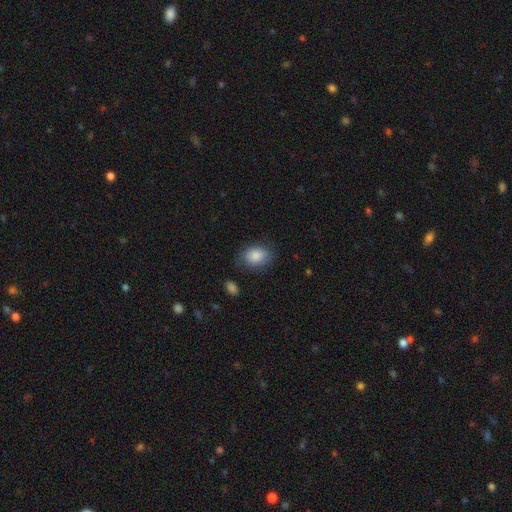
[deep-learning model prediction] A smooth galaxy with no disk features (86%) that is in between round and cigar-shaped (69%). Merging: none (75%).